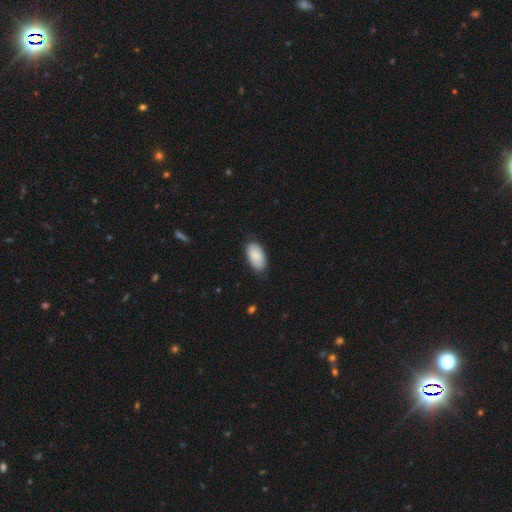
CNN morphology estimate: smooth_or_featured: smooth (p=0.87) [alt: featured or disk p=0.07]
how_rounded: in between (p=0.95) [alt: round p=0.03]
merging: none (p=0.76) [alt: minor disturbance p=0.20]